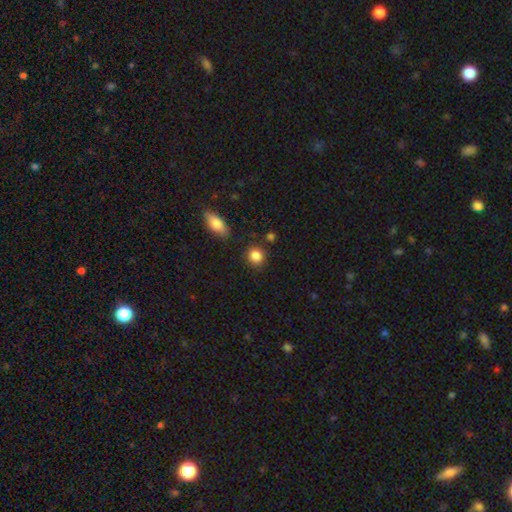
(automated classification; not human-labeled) Morphology: type=smooth (87%); roundness=round (80%); merging=none (85%).